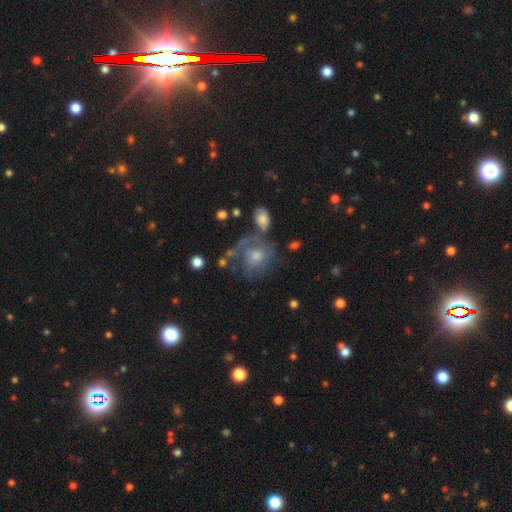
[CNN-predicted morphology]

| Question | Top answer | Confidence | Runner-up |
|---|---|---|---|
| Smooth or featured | featured or disk | 56% | smooth (31%) |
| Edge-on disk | no | 96% | yes (4%) |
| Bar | no | 74% | weak (21%) |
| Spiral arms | yes | 66% | no (34%) |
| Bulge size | moderate | 49% | small (37%) |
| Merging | none | 43% | major disturbance (23%) |